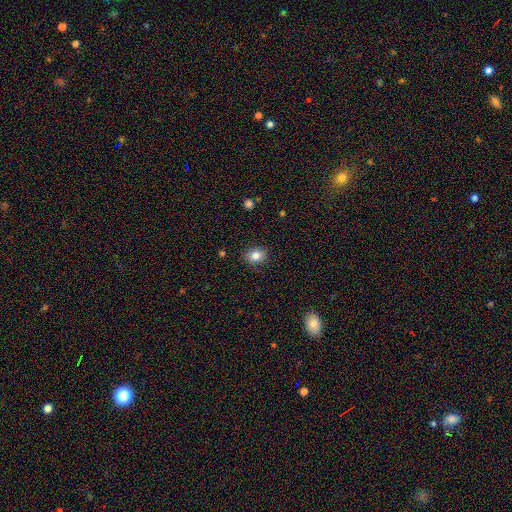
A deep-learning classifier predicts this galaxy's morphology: type=smooth (83%); roundness=in between (53%); merging=none (87%).